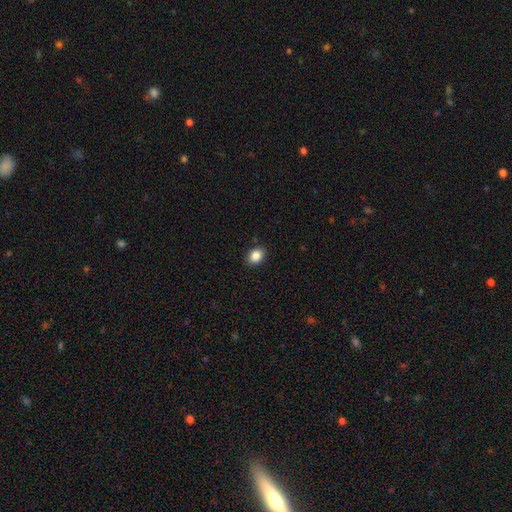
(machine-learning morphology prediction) smooth-or-featured: smooth: 85% | star or artifact: 9% | featured or disk: 5%
  how-rounded: in between: 65% | round: 34% | cigar-shaped: 1%
  merging: none: 88% | minor disturbance: 9% | major disturbance: 2% | merger: 1%